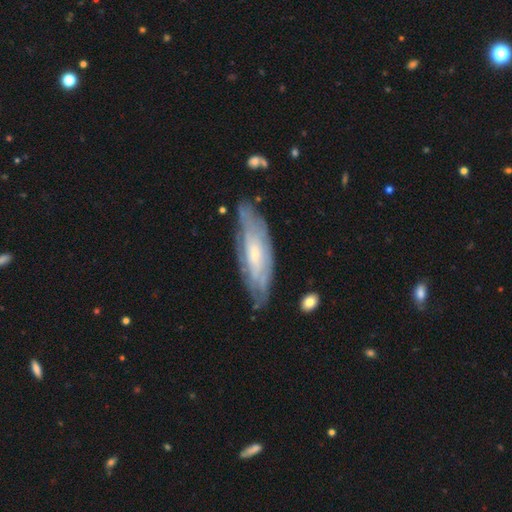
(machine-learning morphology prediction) The model was most divided on "edge-on disk": no: 67%, yes: 33%. More confident: merging — none (75%); smooth or featured — featured or disk (67%).